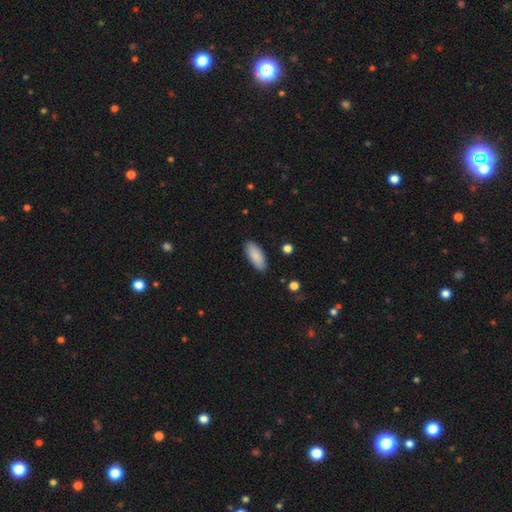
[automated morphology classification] type=smooth (88%); roundness=in between (83%); merging=none (88%).